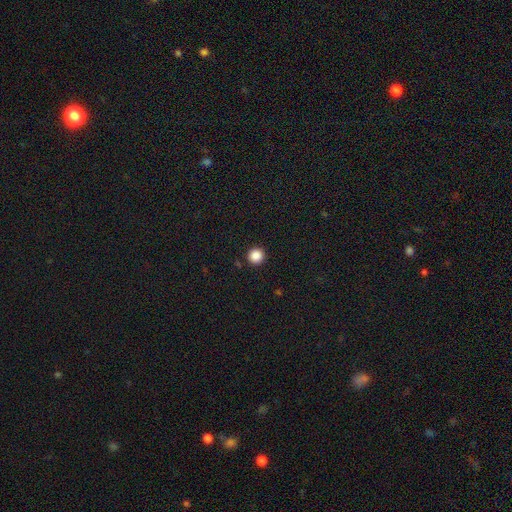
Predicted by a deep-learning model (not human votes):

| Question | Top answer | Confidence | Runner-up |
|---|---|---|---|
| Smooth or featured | smooth | 86% | star or artifact (11%) |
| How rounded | round | 96% | in between (4%) |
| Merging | none | 92% | minor disturbance (5%) |